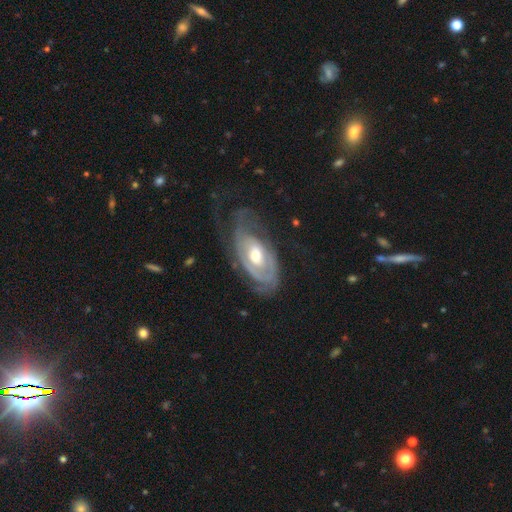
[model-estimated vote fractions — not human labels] Morphology: type=featured or disk (83%); edge-on=no (93%); bar=no (62%); spiral arms=yes (85%); winding=tight (63%); arm count=can't tell (37%); bulge=moderate (72%); merging=none (51%).